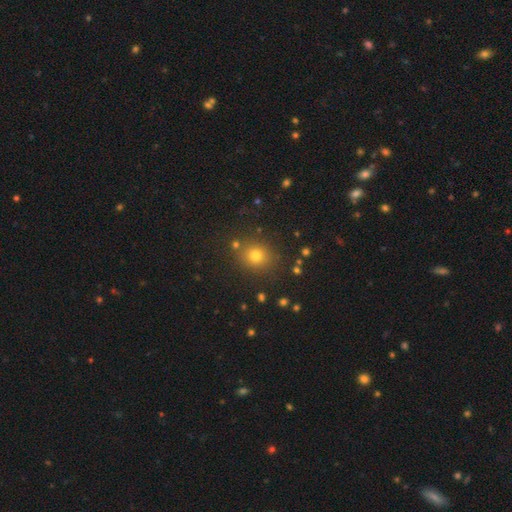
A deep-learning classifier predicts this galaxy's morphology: The model was most divided on "smooth or featured": smooth: 73%, star or artifact: 20%, featured or disk: 8%. More confident: merging — none (85%); how rounded — round (79%).